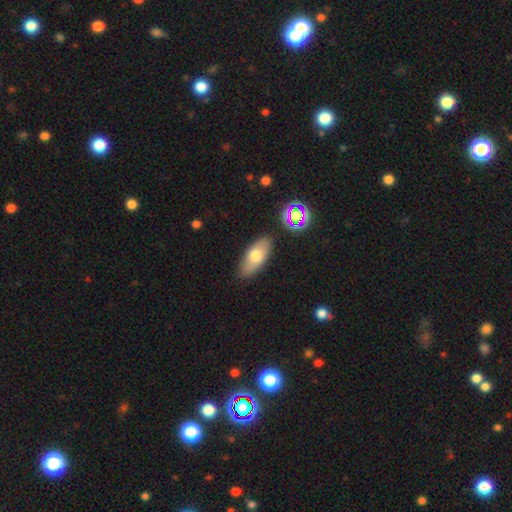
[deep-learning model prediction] The model was most divided on "smooth or featured": smooth: 68%, featured or disk: 23%, star or artifact: 8%. More confident: how rounded — in between (86%); merging — none (85%).